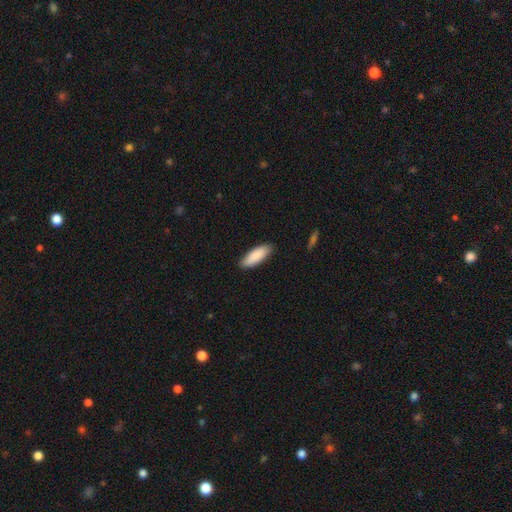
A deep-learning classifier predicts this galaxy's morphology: type=smooth (89%); roundness=in between (69%); merging=none (88%).